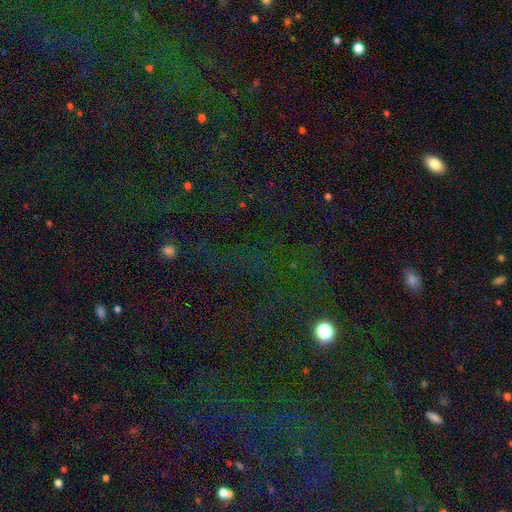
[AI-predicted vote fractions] Overall: star or artifact (76%).